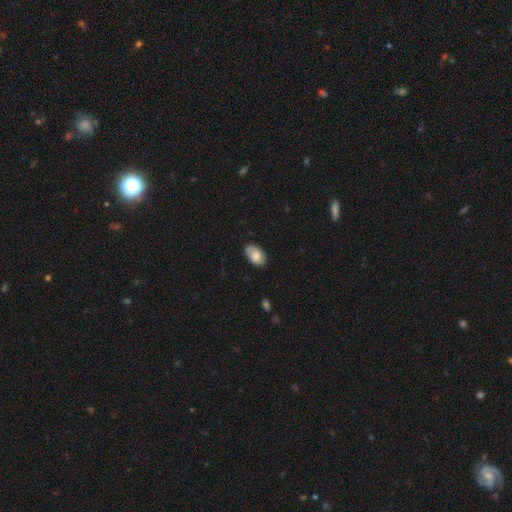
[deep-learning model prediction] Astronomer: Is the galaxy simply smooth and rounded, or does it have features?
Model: smooth — 79%.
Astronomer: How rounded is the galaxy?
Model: in between — 92%.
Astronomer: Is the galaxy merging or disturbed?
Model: none — 70%.